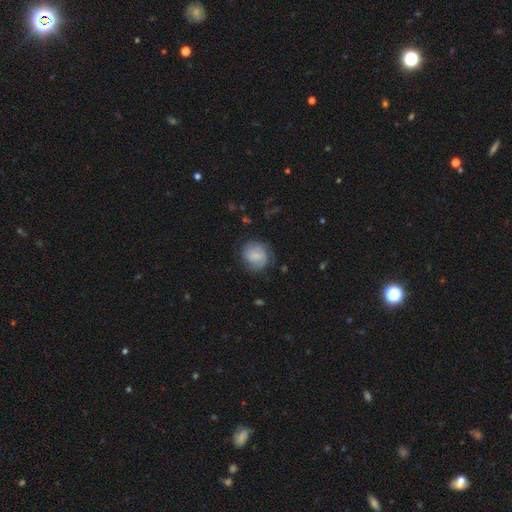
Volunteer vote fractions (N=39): This appears to be a smooth galaxy with no disk features (59%) that is round (87%). Merging: none (68%).